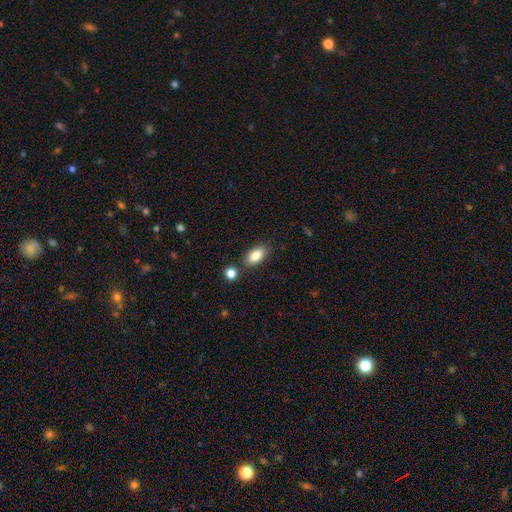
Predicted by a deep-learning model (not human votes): This is clearly a smooth galaxy (85%). How rounded: clearly in between (90%). Merging: clearly none (81%).